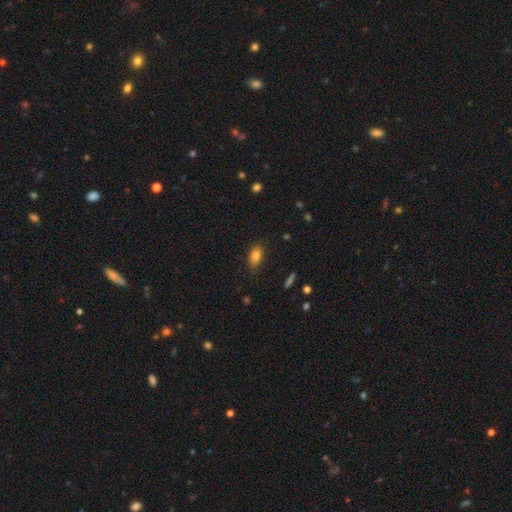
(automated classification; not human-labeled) Q: Smooth or featured?
A: smooth (83%); runner-up: star or artifact (9%)
Q: How rounded?
A: in between (87%); runner-up: round (8%)
Q: Merging?
A: none (78%); runner-up: minor disturbance (17%)